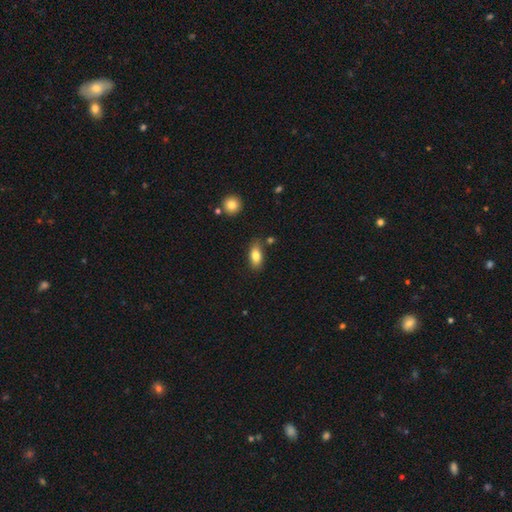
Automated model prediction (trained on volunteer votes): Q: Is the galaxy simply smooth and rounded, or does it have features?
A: smooth — 80%.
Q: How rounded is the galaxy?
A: in between — 86%.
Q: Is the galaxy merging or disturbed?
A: none — 77%.